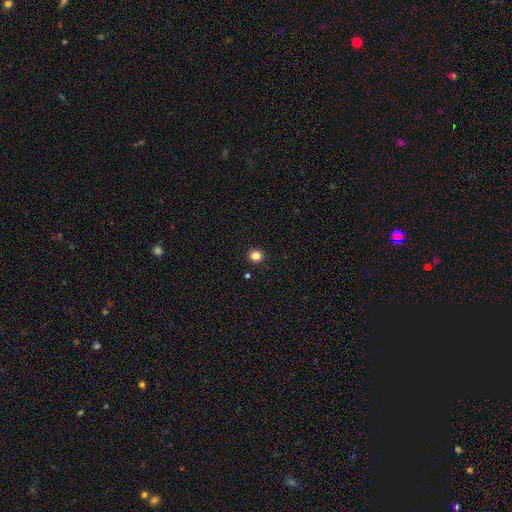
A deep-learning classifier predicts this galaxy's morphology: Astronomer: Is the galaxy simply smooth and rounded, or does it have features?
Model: smooth — 83%.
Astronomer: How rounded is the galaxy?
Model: round — 93%.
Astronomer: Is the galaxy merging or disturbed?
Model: none — 93%.